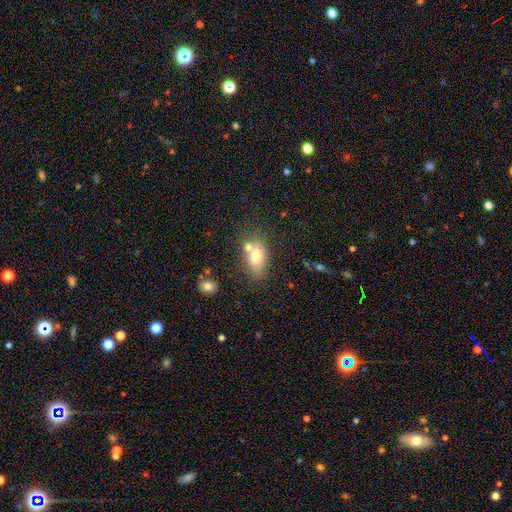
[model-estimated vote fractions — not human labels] Overall: smooth (70%). How rounded: in between (85%). Merging: none (52%; merger 27%).